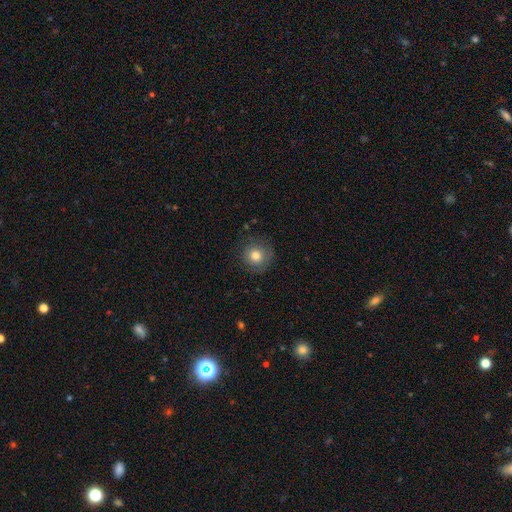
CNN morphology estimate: The model was most divided on "merging": none: 80%, minor disturbance: 14%, major disturbance: 5%, merger: 1%. More confident: how rounded — round (92%); smooth or featured — smooth (79%).